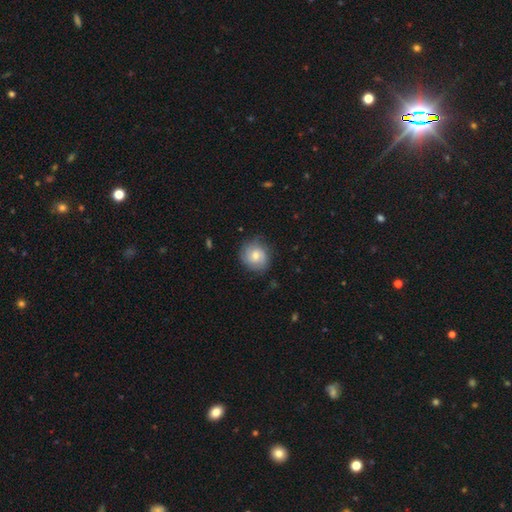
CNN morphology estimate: Overall: smooth (54%; featured or disk 38%). How rounded: round (81%). Merging: none (76%).